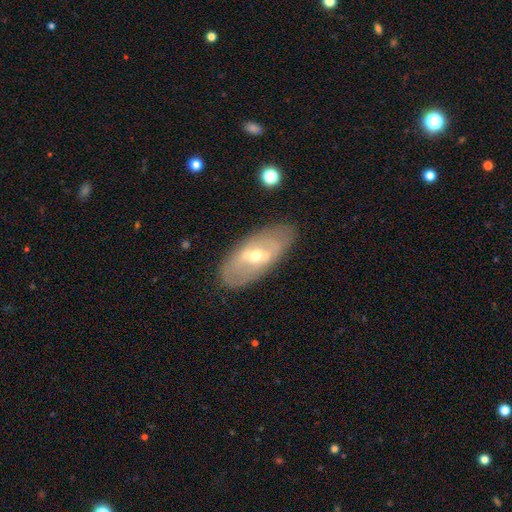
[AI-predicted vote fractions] The model was most divided on "bar": weak: 40%, strong: 38%, no: 21%. More confident: edge-on disk — no (86%); merging — none (81%); smooth or featured — featured or disk (68%); spiral arms — no (59%); bulge size — moderate (53%).